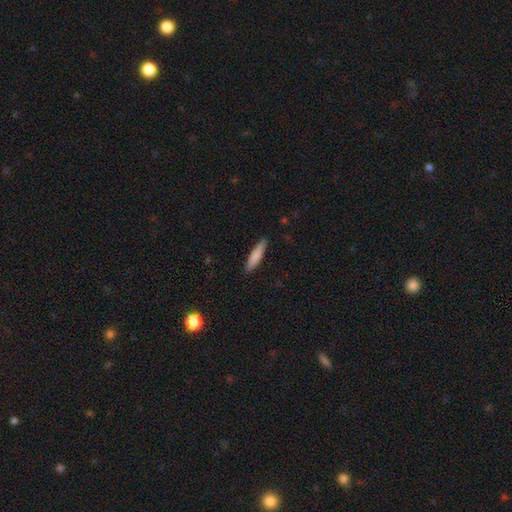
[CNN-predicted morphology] Q: Smooth or featured?
A: smooth (80%); runner-up: featured or disk (15%)
Q: How rounded?
A: cigar-shaped (86%); runner-up: in between (12%)
Q: Merging?
A: none (89%); runner-up: minor disturbance (8%)